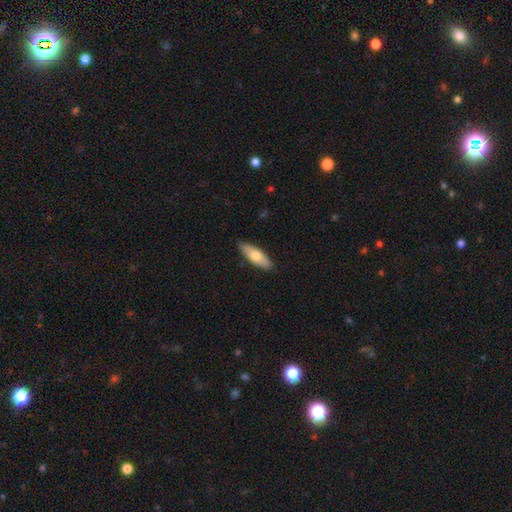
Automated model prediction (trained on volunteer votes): smooth_or_featured: smooth (p=0.69) [alt: featured or disk p=0.26]
how_rounded: in between (p=0.58) [alt: cigar-shaped p=0.40]
merging: none (p=0.88) [alt: minor disturbance p=0.09]